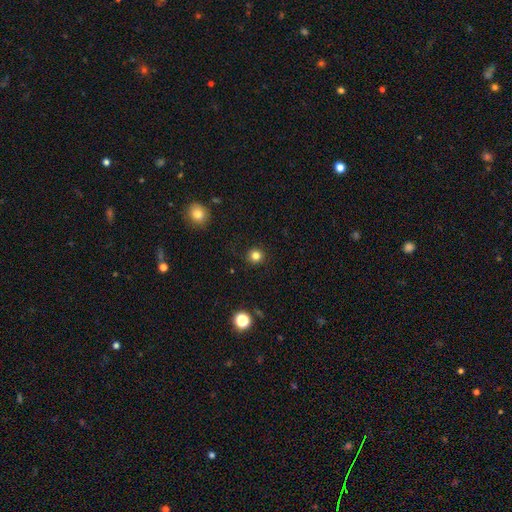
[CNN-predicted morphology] The model was most divided on "smooth or featured": smooth: 81%, star or artifact: 13%, featured or disk: 5%. More confident: how rounded — round (94%); merging — none (91%).